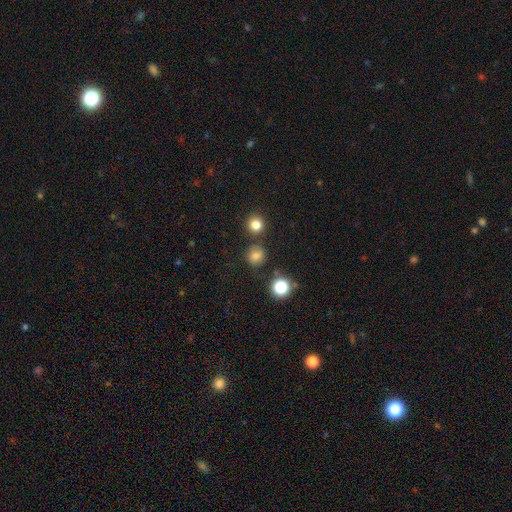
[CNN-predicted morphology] A smooth galaxy with no disk features (78%) that is round (90%).

Vote fractions:
- Smooth or featured? smooth: 78% / star or artifact: 16% / featured or disk: 6%
- How rounded? round: 90% / in between: 9% / cigar-shaped: 1%
- Merging? none: 82% / minor disturbance: 9% / merger: 6% / major disturbance: 3%